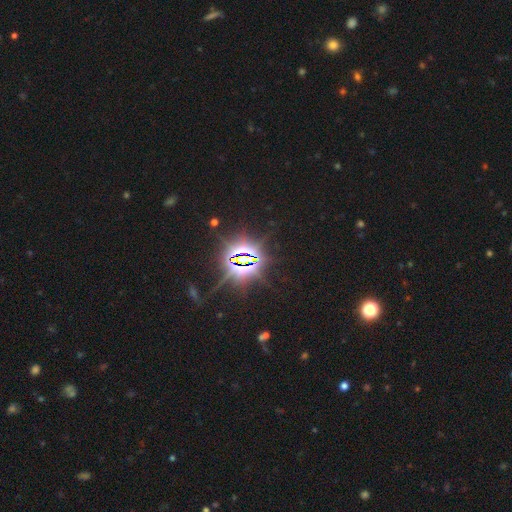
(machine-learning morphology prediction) Overall: star or artifact (85%).